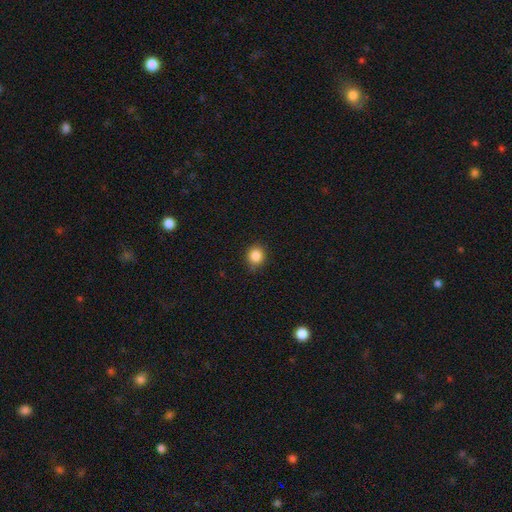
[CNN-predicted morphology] smooth_or_featured: smooth (p=0.86) [alt: star or artifact p=0.11]
how_rounded: round (p=0.85) [alt: in between p=0.14]
merging: none (p=0.85) [alt: minor disturbance p=0.12]